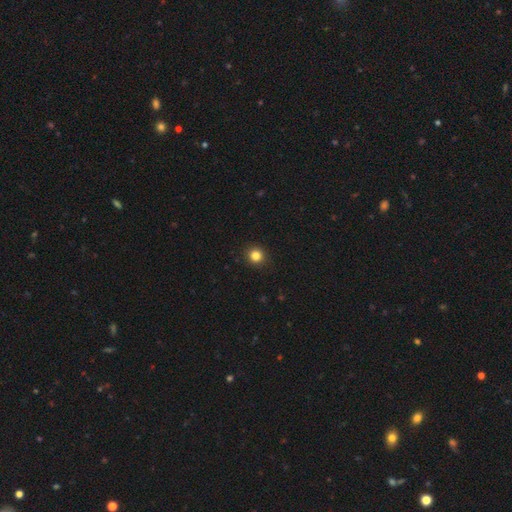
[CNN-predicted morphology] Smooth or featured? smooth (84%)
How rounded? round (93%)
Merging? none (93%)